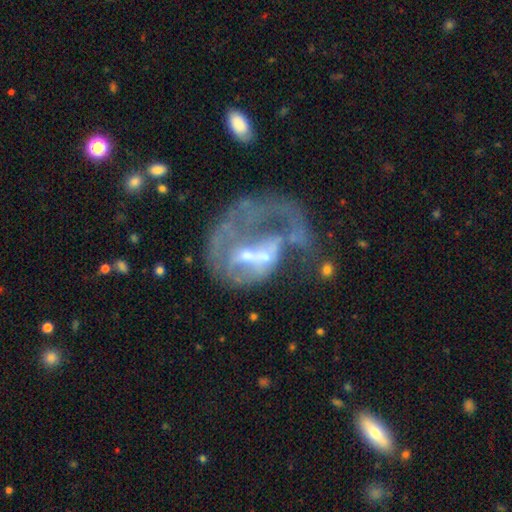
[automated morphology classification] Smooth or featured? Predicted: featured or disk (p=0.71). Edge-on disk? Predicted: no (p=0.97). Bar? Predicted: no (p=0.51). Spiral arms? Predicted: no (p=0.58). Bulge size? Predicted: small (p=0.39). Merging? Predicted: major disturbance (p=0.56).